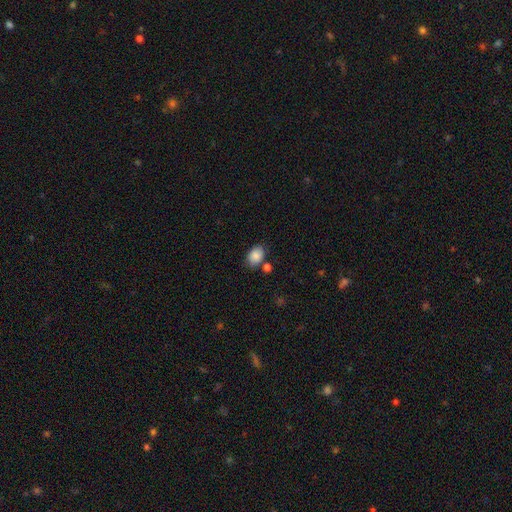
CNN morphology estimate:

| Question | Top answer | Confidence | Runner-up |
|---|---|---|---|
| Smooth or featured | smooth | 86% | star or artifact (8%) |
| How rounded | in between | 78% | round (21%) |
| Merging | none | 72% | minor disturbance (15%) |